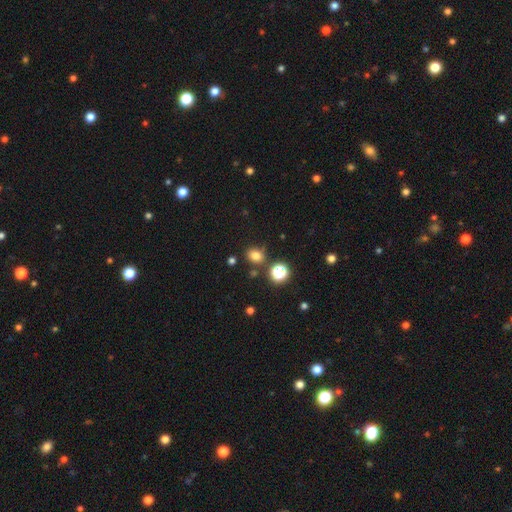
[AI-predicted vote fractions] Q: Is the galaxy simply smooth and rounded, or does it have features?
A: smooth — 76%.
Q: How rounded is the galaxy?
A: round — 56%.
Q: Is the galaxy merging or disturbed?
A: none — 77%.